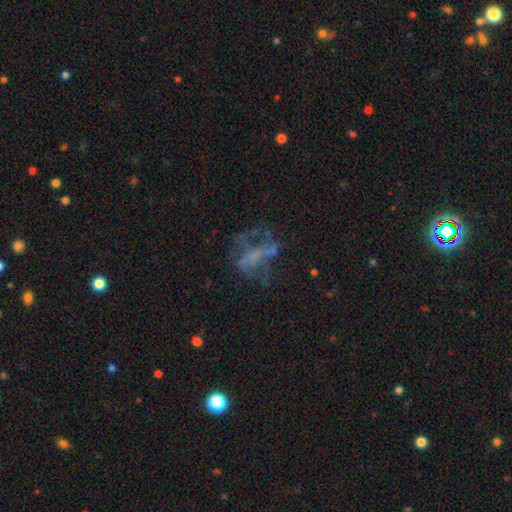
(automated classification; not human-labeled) Overall: featured or disk (52%; smooth 24%). Edge-on disk: no (93%). Merging: major disturbance (39%, tied with none).